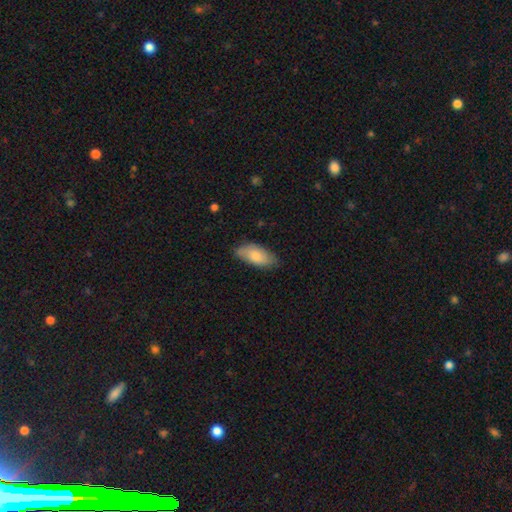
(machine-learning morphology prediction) Smooth or featured?
  - smooth: 76% *
  - featured or disk: 18%
  - star or artifact: 6%
How rounded?
  - in between: 90% *
  - cigar-shaped: 8%
  - round: 2%
Merging?
  - none: 74% *
  - minor disturbance: 21%
  - major disturbance: 4%
  - merger: 1%